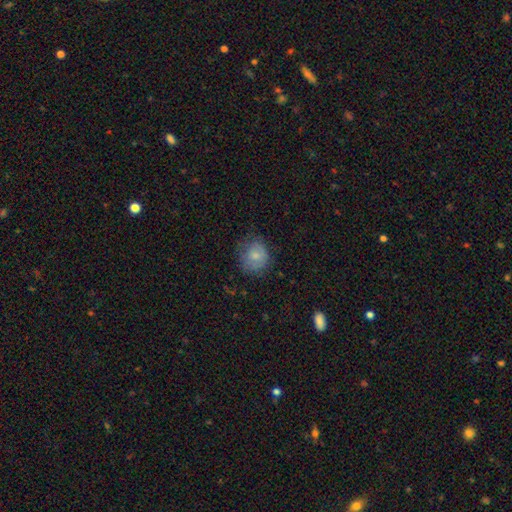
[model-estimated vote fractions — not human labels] smooth 76%, featured or disk 15%, star or artifact 8%. Down the decision tree: how rounded — round (78%); merging — none (64%).